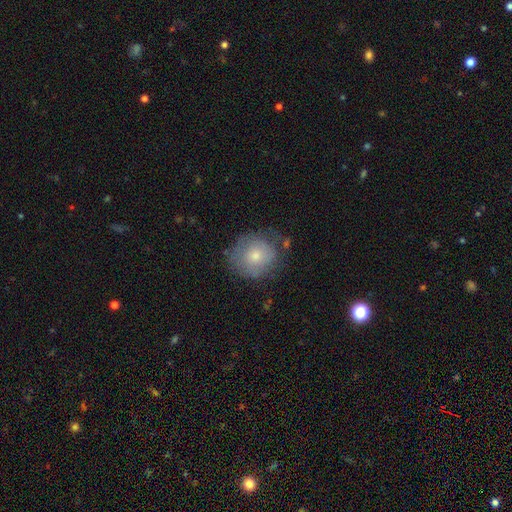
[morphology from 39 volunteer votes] smooth 51%, featured or disk 38%, star or artifact 10%. Down the decision tree: how rounded — round (85%); merging — none (83%).